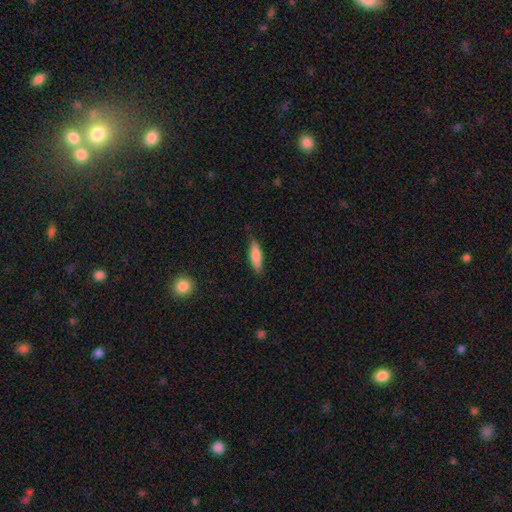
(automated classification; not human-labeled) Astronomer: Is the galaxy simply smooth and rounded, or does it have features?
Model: smooth — 78%.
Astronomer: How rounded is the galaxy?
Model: cigar-shaped — 60% (runner-up: in between, 38%).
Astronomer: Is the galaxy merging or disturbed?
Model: none — 81%.